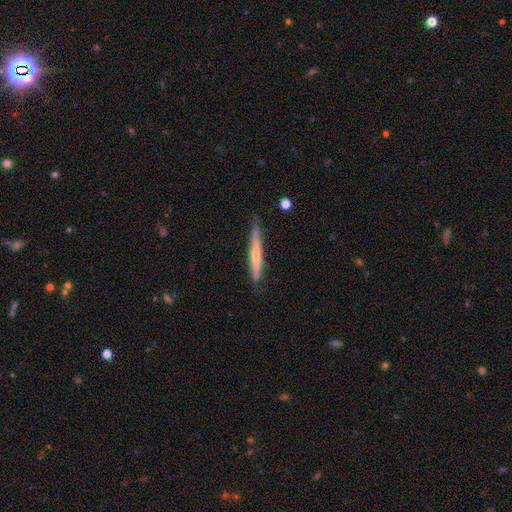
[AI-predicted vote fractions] This is possibly a smooth galaxy (49%). Merging: clearly none (82%).